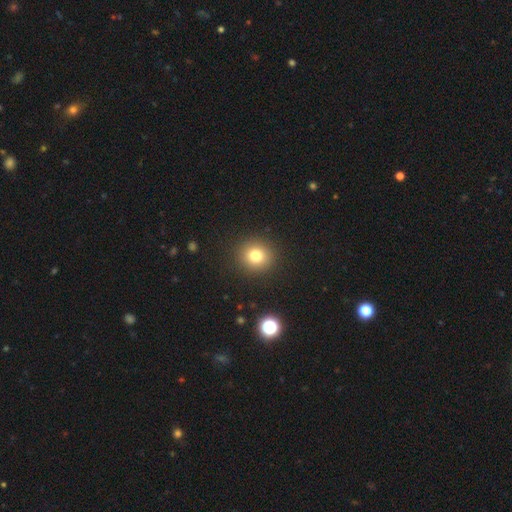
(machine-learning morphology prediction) This appears to be a smooth galaxy with no disk features (78%) that is round (90%). Merging: none (91%).